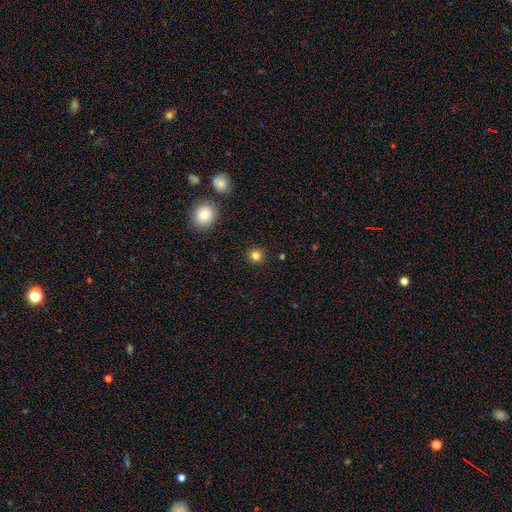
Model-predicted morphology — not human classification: Smooth or featured? smooth (81%)
How rounded? round (89%)
Merging? none (90%)